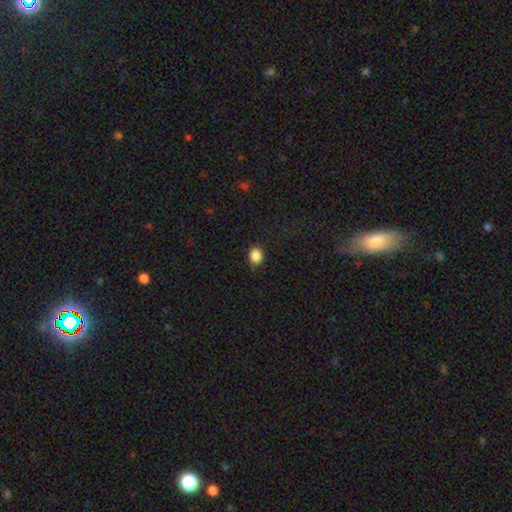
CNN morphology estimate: Smooth or featured?
  - smooth: 88% *
  - star or artifact: 10%
  - featured or disk: 3%
How rounded?
  - round: 58% *
  - in between: 41%
  - cigar-shaped: 1%
Merging?
  - none: 87% *
  - minor disturbance: 10%
  - major disturbance: 2%
  - merger: 1%